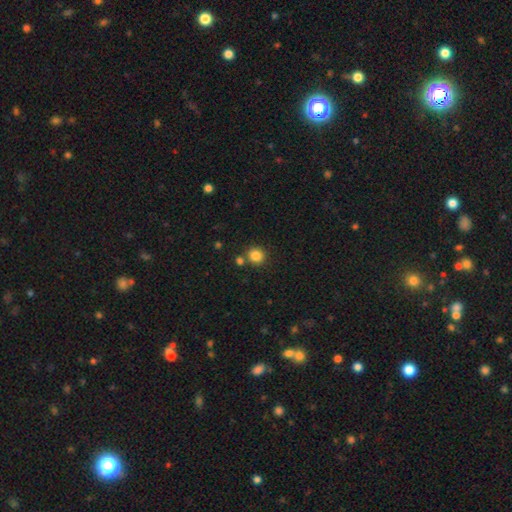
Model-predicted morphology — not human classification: smooth-or-featured: smooth: 84% | star or artifact: 11% | featured or disk: 5%
  how-rounded: round: 89% | in between: 11% | cigar-shaped: 1%
  merging: none: 79% | merger: 11% | minor disturbance: 8% | major disturbance: 3%